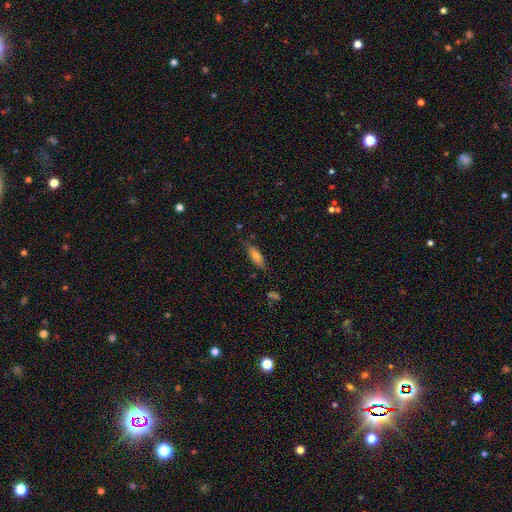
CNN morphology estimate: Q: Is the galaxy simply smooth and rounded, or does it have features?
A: smooth — 70%.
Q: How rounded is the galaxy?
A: cigar-shaped — 49%, tied with in between.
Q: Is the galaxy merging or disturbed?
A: none — 77%.